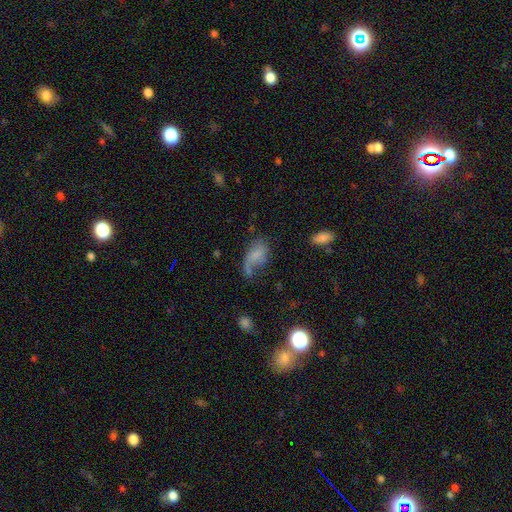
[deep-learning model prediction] Overall: smooth (57%; featured or disk 31%). How rounded: in between (89%). Merging: major disturbance (35%; none 31%).